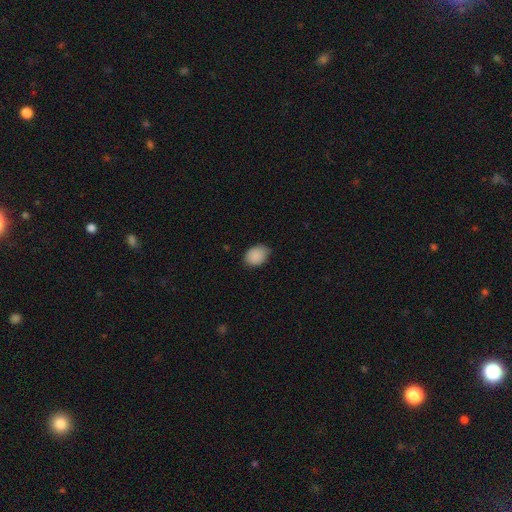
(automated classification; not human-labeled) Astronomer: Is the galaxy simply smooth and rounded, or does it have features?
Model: smooth — 89%.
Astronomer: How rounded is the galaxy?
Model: in between — 69%.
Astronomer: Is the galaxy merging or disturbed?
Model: none — 68%.